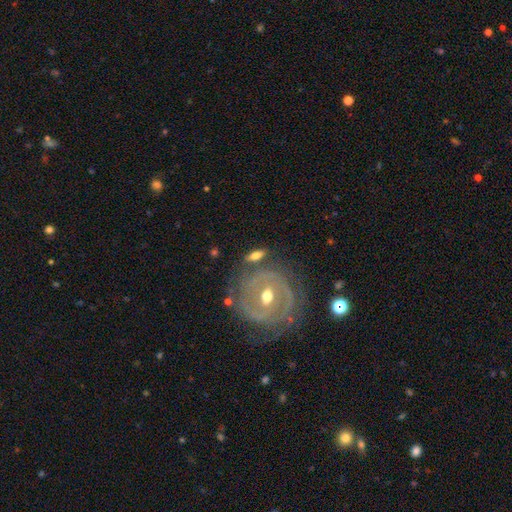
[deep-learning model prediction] Smooth or featured? smooth (51%)
How rounded? in between (63%)
Merging? none (71%)